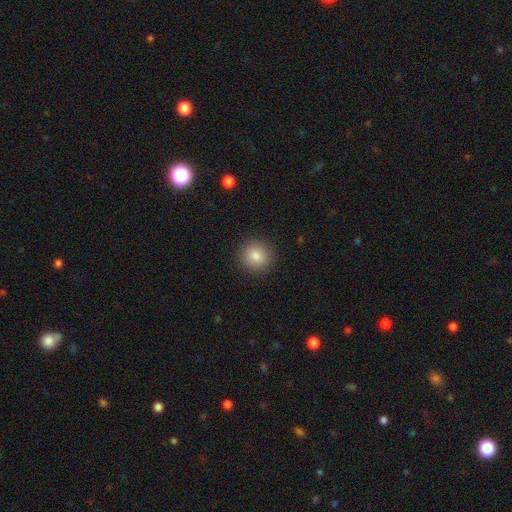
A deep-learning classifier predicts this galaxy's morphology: A smooth galaxy with no disk features (85%) that is round (94%). Merging: none (92%).